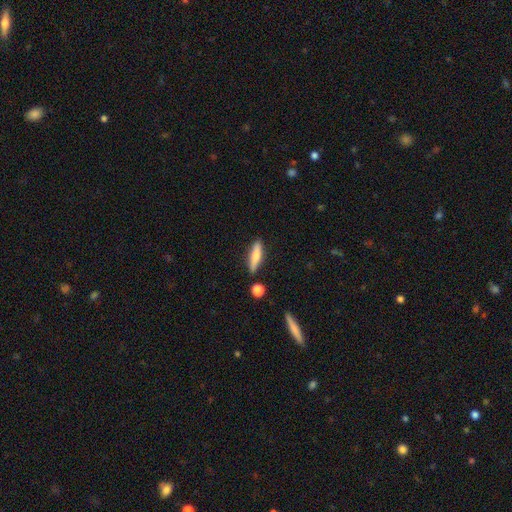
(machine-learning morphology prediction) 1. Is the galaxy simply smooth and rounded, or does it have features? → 68% smooth, 25% featured or disk, 6% star or artifact.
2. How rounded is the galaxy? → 74% cigar-shaped, 24% in between, 2% round.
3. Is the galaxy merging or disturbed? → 83% none, 11% minor disturbance, 4% merger, 2% major disturbance.